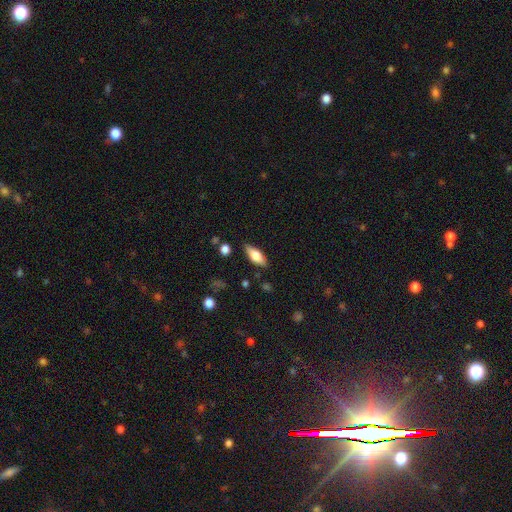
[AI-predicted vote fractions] smooth_or_featured: smooth (p=0.65) [alt: featured or disk p=0.28]
how_rounded: in between (p=0.74) [alt: cigar-shaped p=0.23]
merging: none (p=0.84) [alt: minor disturbance p=0.12]